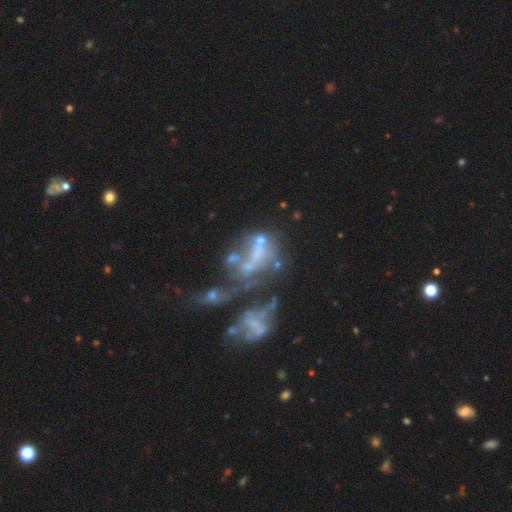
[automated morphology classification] Smooth or featured: featured or disk — 60% (star or artifact — 23%)
Edge-on disk: no — 96% (yes — 4%)
Bar: no — 84% (weak — 10%)
Spiral arms: no — 87% (yes — 13%)
Bulge size: none — 74% (small — 13%)
Merging: merger — 58% (major disturbance — 25%)